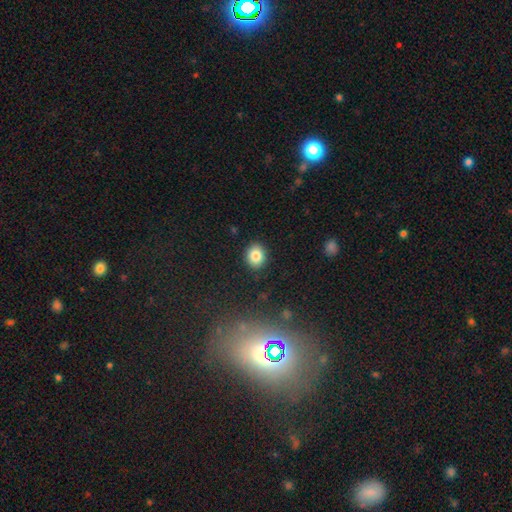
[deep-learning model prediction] A smooth galaxy with no disk features (84%) that is round (64%). Merging: none (89%).